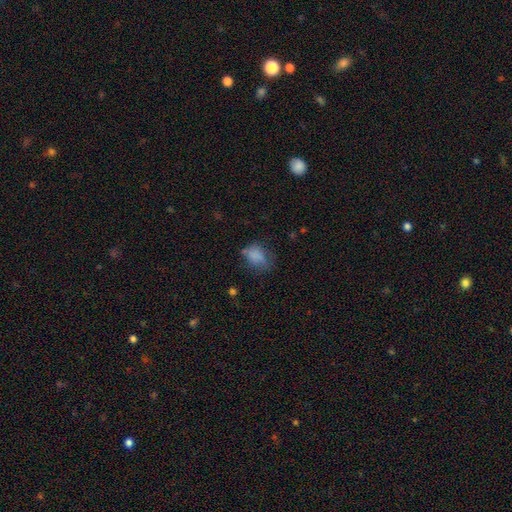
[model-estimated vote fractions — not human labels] Q: Smooth or featured?
A: smooth (76%); runner-up: star or artifact (12%)
Q: How rounded?
A: in between (70%); runner-up: round (28%)
Q: Merging?
A: none (46%); runner-up: minor disturbance (31%)